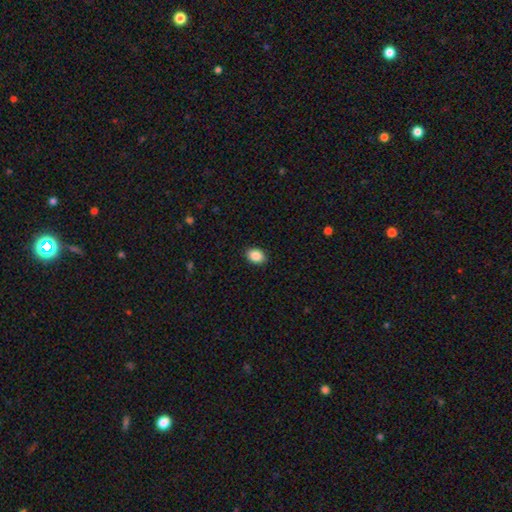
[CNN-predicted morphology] Smooth or featured?
  - smooth: 88% *
  - star or artifact: 8%
  - featured or disk: 4%
How rounded?
  - in between: 70% *
  - round: 29%
  - cigar-shaped: 1%
Merging?
  - none: 90% *
  - minor disturbance: 7%
  - major disturbance: 2%
  - merger: 1%